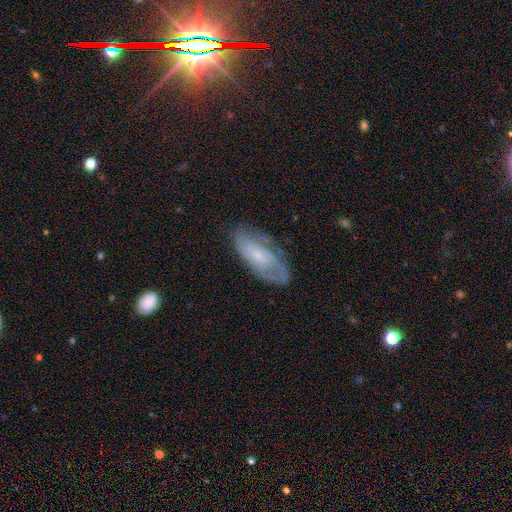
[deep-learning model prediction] featured or disk 55%, smooth 31%, star or artifact 14%. Down the decision tree: edge-on disk — no (85%); merging — none (75%).